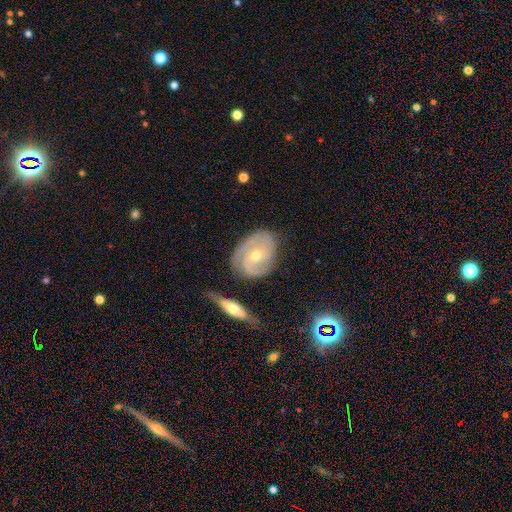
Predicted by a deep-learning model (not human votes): The model was most divided on "bulge size": small: 51%, moderate: 46%, large: 1%, none: 1%, dominant: 1%. Remaining: edge-on disk — no (95%); spiral arms — yes (94%); smooth or featured — featured or disk (82%); merging — none (67%); bar — no (64%); spiral winding — tight (58%); spiral arm count — 2 (45%).